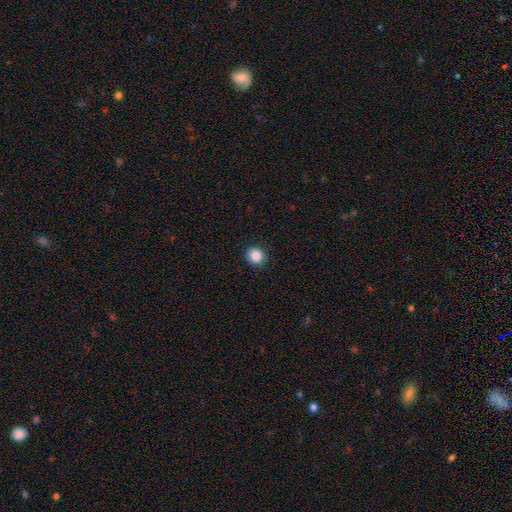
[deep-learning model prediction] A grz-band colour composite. It shows a smooth galaxy with no disk features (87%) that is round (82%). Merging: none (90%).